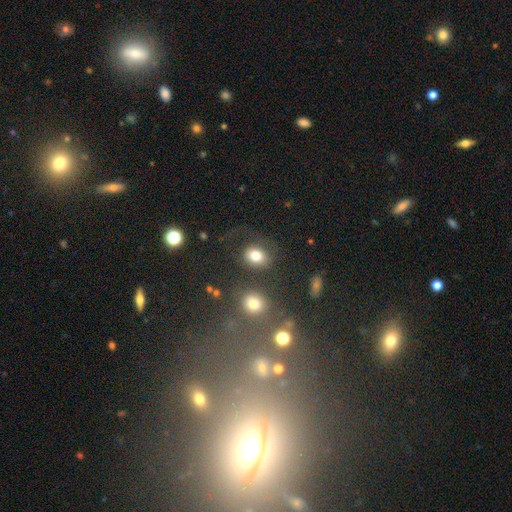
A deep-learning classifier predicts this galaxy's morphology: type=smooth (79%); roundness=round (52%); merging=none (61%).